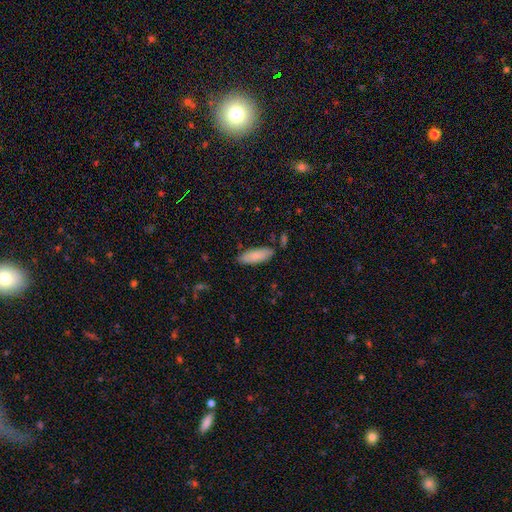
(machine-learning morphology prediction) This appears to be a smooth galaxy with no disk features (85%) that is in between round and cigar-shaped (71%). Merging: none (82%).